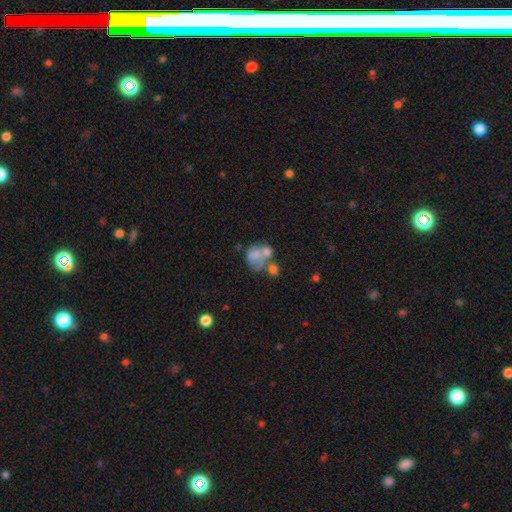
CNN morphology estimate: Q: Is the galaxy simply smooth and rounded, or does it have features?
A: smooth — 51%.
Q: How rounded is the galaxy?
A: in between — 54%.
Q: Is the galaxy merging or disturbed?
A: merger — 44%.